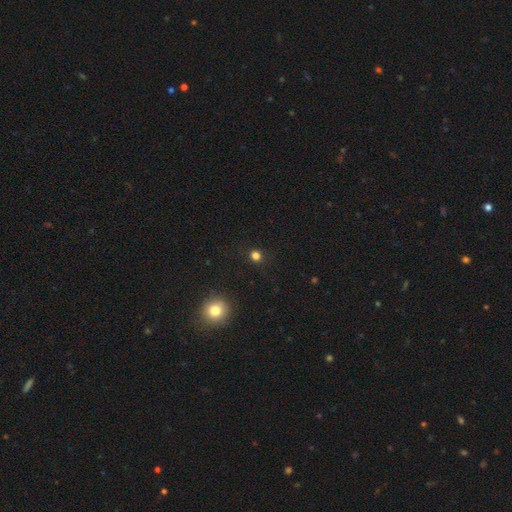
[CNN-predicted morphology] Smooth or featured: smooth — 77% (star or artifact — 19%)
How rounded: round — 83% (in between — 15%)
Merging: none — 87% (minor disturbance — 8%)